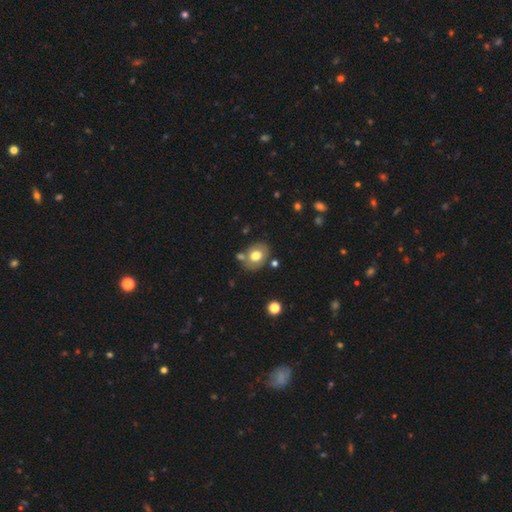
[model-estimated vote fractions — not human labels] Q: Smooth or featured?
A: smooth (67%); runner-up: featured or disk (25%)
Q: How rounded?
A: in between (58%); runner-up: round (41%)
Q: Merging?
A: none (70%); runner-up: minor disturbance (14%)